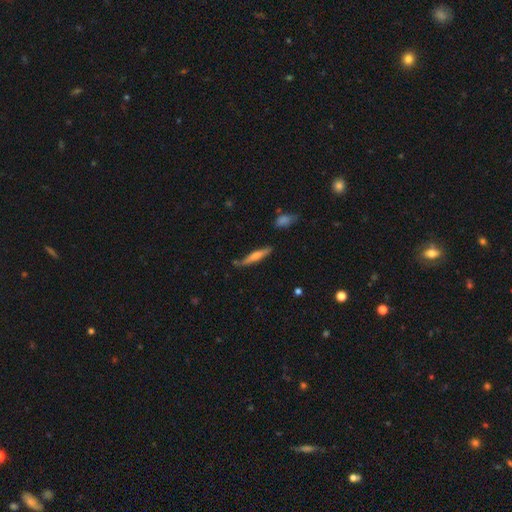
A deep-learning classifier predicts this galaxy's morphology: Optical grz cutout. It shows a smooth galaxy with no disk features (49%). Merging: none (78%).